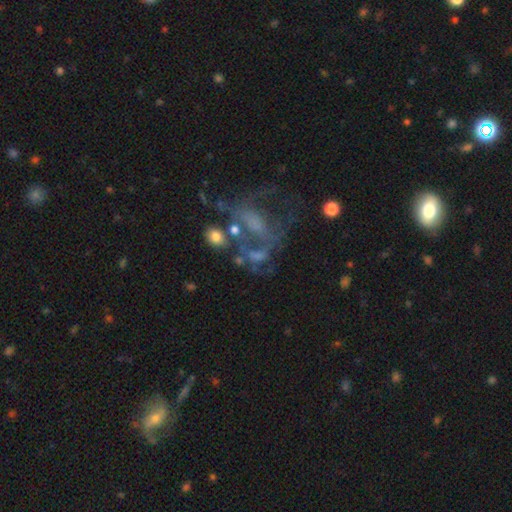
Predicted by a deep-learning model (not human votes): This is possibly a featured or disk galaxy (54%). It is clearly not viewed edge-on (96%). Bar: likely no (68%). Spiral arm pattern: likely no (61%). Central bulge: possibly none (51%). Merging: marginally major disturbance (37%).